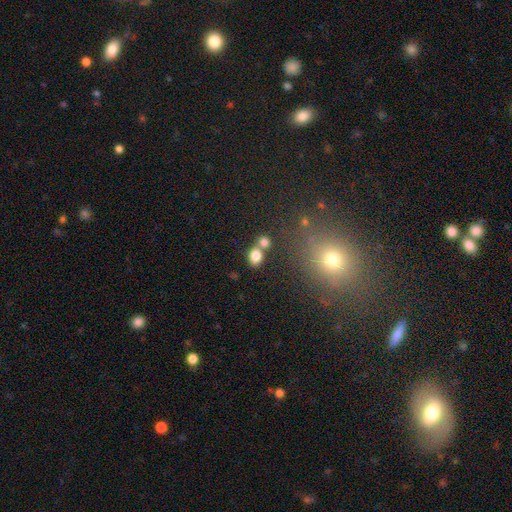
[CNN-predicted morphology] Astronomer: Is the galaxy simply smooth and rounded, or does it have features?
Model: smooth — 80%.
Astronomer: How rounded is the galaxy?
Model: in between — 66%.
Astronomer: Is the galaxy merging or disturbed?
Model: none — 49% (runner-up: merger, 36%).